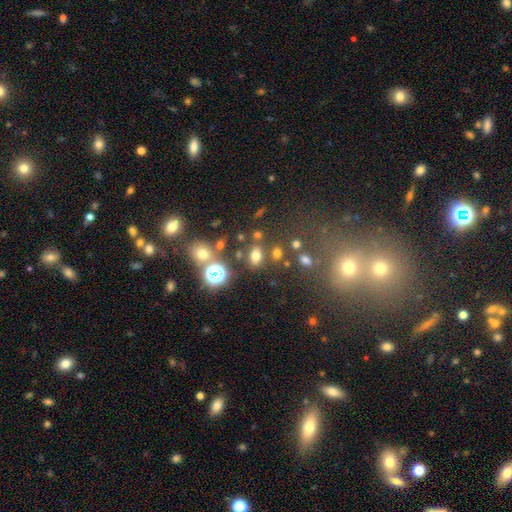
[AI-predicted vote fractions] Morphology: type=smooth (67%); roundness=in between (73%); merging=none (73%).